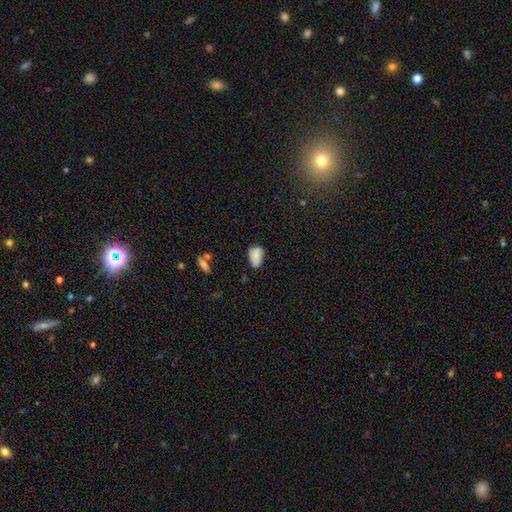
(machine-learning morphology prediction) A smooth galaxy with no disk features (84%) that is in between round and cigar-shaped (89%). Merging: none (59%).